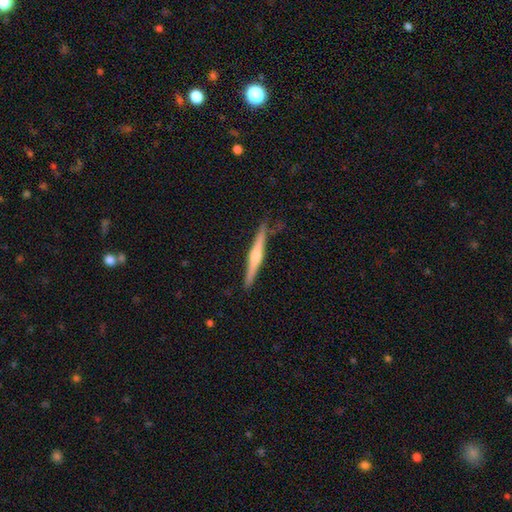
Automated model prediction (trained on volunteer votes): smooth-or-featured: featured or disk: 74% | smooth: 20% | star or artifact: 5%
  disk-edge-on: yes: 98% | no: 2%
    edge-on-bulge: rounded: 83% | boxy: 9% | none: 8%
  merging: none: 86% | minor disturbance: 10% | major disturbance: 2% | merger: 2%